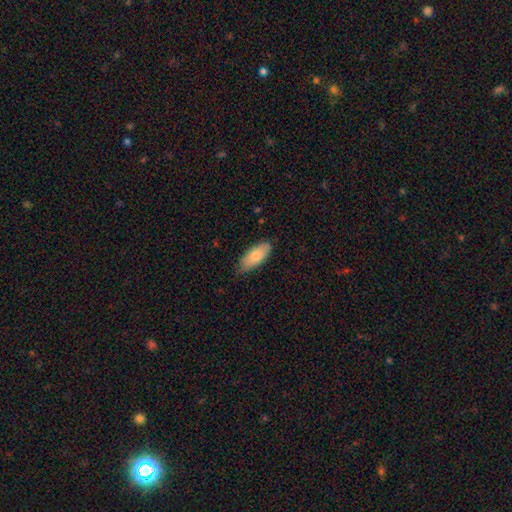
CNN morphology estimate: Smooth or featured?
  - smooth: 80% *
  - featured or disk: 14%
  - star or artifact: 6%
How rounded?
  - in between: 85% *
  - cigar-shaped: 13%
  - round: 2%
Merging?
  - none: 74% *
  - minor disturbance: 22%
  - major disturbance: 3%
  - merger: 1%